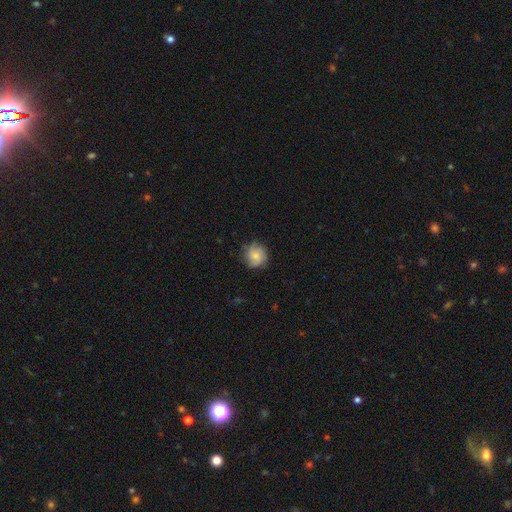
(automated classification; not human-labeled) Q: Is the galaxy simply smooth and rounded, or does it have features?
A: smooth — 67%.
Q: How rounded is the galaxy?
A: round — 89%.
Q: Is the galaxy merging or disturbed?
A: none — 78%.